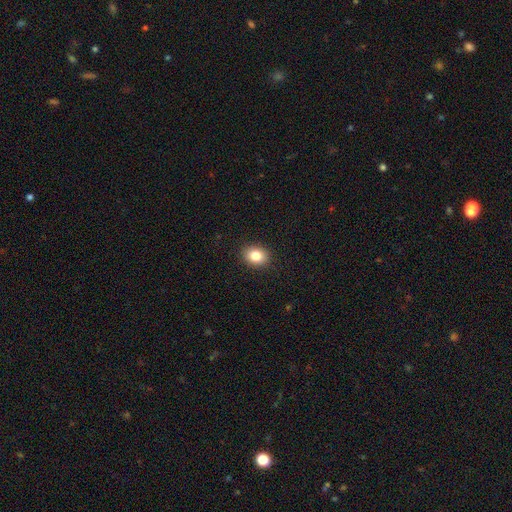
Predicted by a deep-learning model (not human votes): This appears to be a smooth galaxy with no disk features (84%) that is in between round and cigar-shaped (56%). Merging: none (90%).